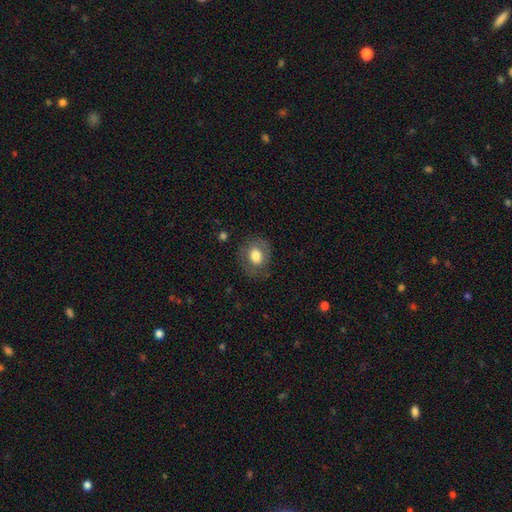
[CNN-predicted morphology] This appears to be a smooth galaxy with no disk features (70%) that is round (60%). Merging: none (76%).